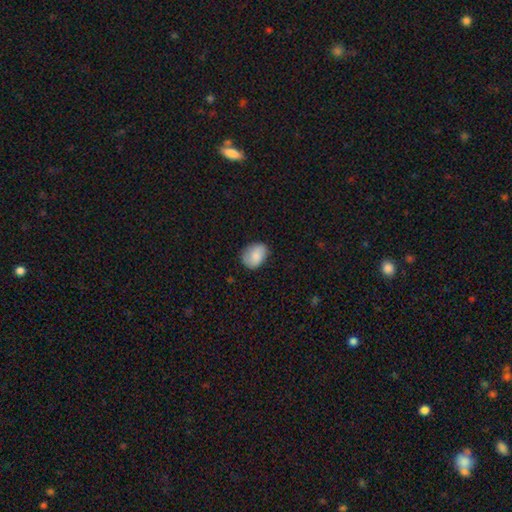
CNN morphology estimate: This appears to be a smooth galaxy with no disk features (82%) that is in between round and cigar-shaped (64%). Merging: none (76%).